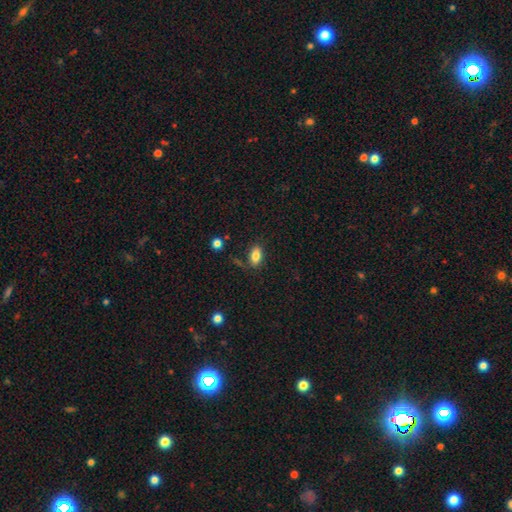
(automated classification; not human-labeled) Smooth or featured? Predicted: smooth (p=0.83). How rounded? Predicted: in between (p=0.89). Merging? Predicted: none (p=0.78).